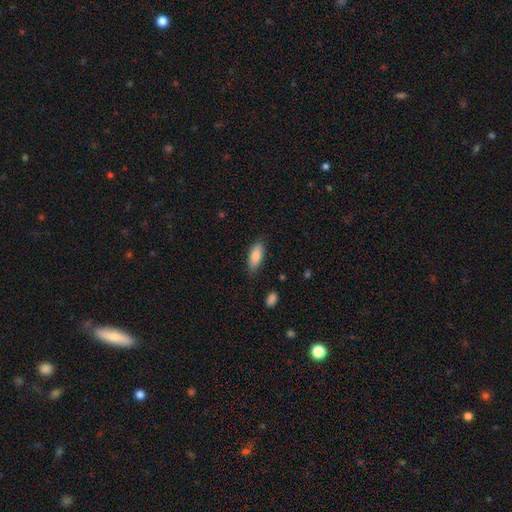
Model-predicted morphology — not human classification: smooth-or-featured: smooth: 82% | featured or disk: 11% | star or artifact: 6%
  how-rounded: in between: 77% | cigar-shaped: 21% | round: 2%
  merging: none: 81% | minor disturbance: 15% | major disturbance: 3% | merger: 2%